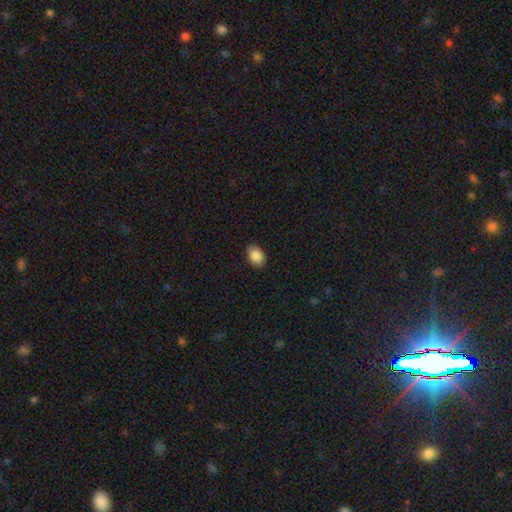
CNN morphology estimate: smooth 88%, star or artifact 8%, featured or disk 4%. Down the decision tree: how rounded — in between (78%); merging — none (85%).